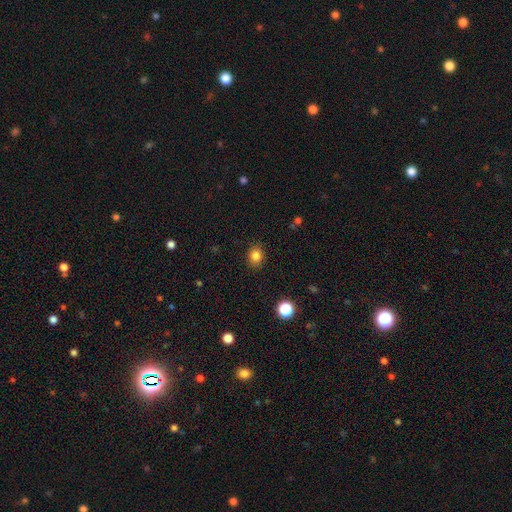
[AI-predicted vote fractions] This is clearly a smooth galaxy (82%). How rounded: likely round (63%). Merging: clearly none (88%).